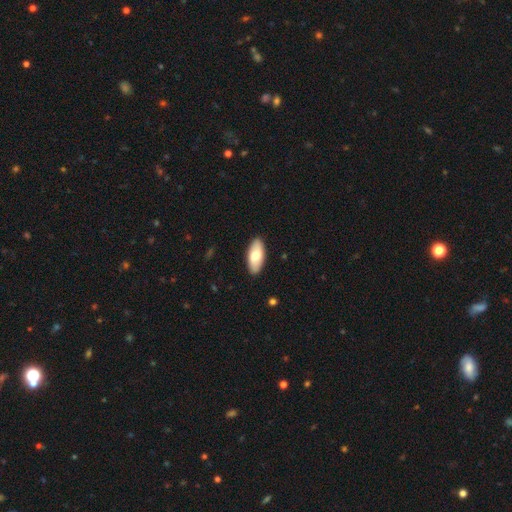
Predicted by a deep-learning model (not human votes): This appears to be a smooth galaxy with no disk features (73%) that is in between round and cigar-shaped (90%). Merging: none (90%).